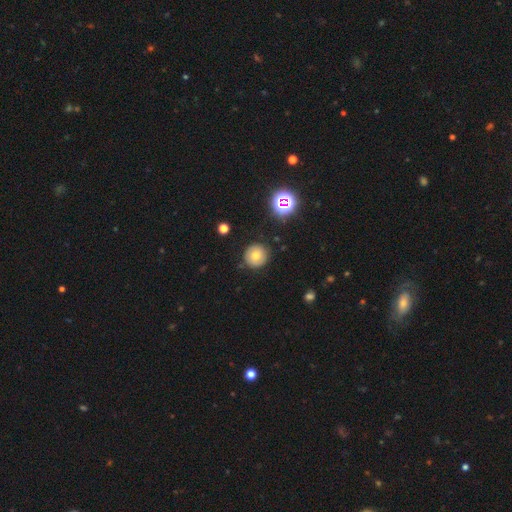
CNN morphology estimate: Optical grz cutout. It shows a smooth galaxy with no disk features (68%) that is round (93%). Merging: none (85%).